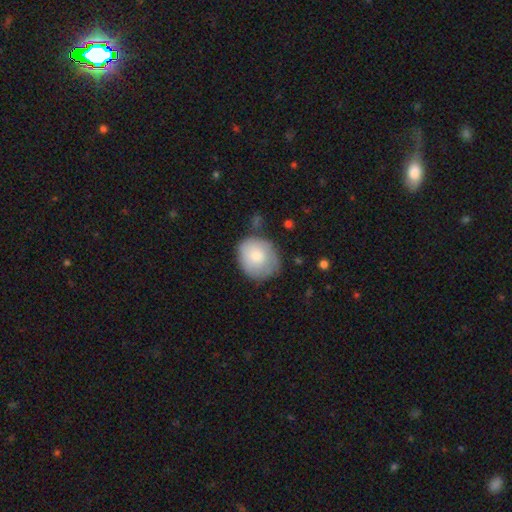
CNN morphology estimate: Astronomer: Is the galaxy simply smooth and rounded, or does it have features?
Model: smooth — 77%.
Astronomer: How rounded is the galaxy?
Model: round — 73%.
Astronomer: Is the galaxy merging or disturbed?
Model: none — 60%.